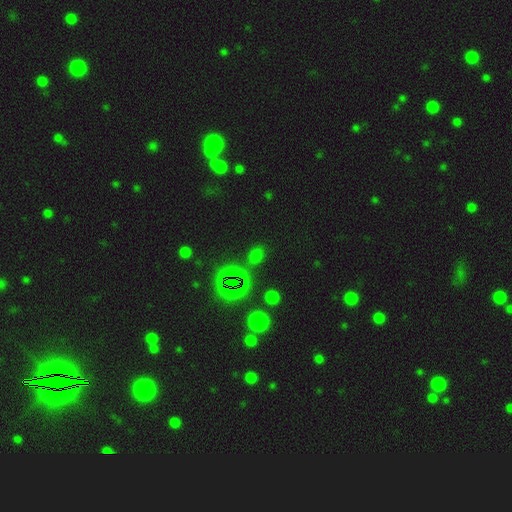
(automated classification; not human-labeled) smooth 50%, star or artifact 43%, featured or disk 6%. Down the decision tree: how rounded — round (59%); merging — none (79%).